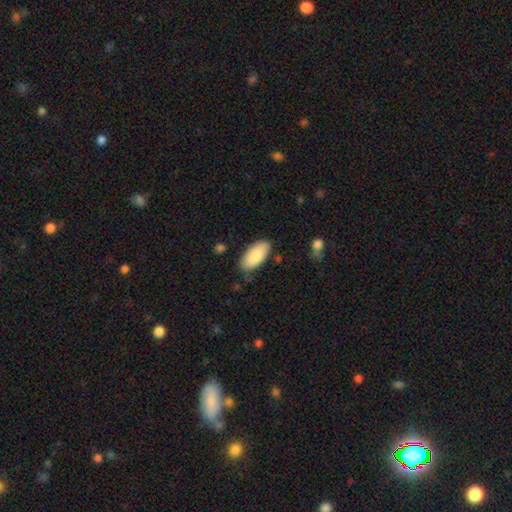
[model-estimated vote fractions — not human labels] smooth_or_featured: smooth (p=0.85) [alt: featured or disk p=0.09]
how_rounded: in between (p=0.91) [alt: cigar-shaped p=0.07]
merging: none (p=0.80) [alt: minor disturbance p=0.15]